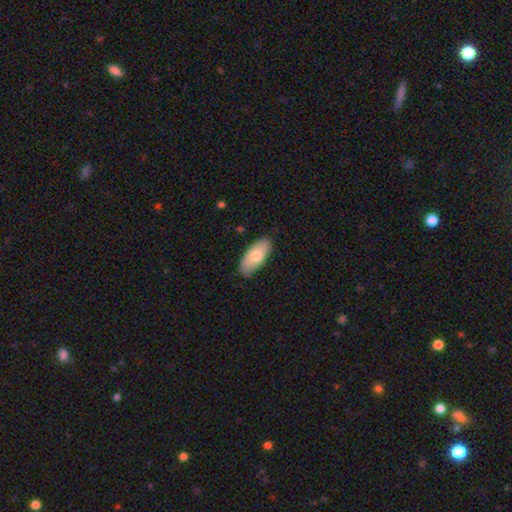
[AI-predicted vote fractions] smooth_or_featured: smooth (p=0.75) [alt: featured or disk p=0.19]
how_rounded: in between (p=0.89) [alt: cigar-shaped p=0.09]
merging: none (p=0.81) [alt: minor disturbance p=0.15]